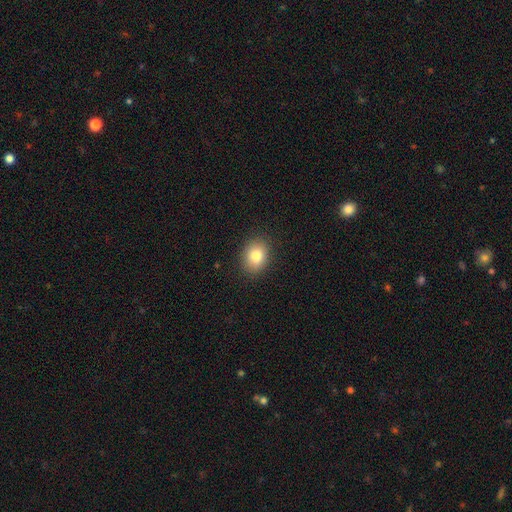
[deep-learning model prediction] smooth-or-featured: smooth: 81% | star or artifact: 10% | featured or disk: 9%
  how-rounded: in between: 57% | round: 42% | cigar-shaped: 1%
  merging: none: 89% | minor disturbance: 8% | major disturbance: 2% | merger: 1%